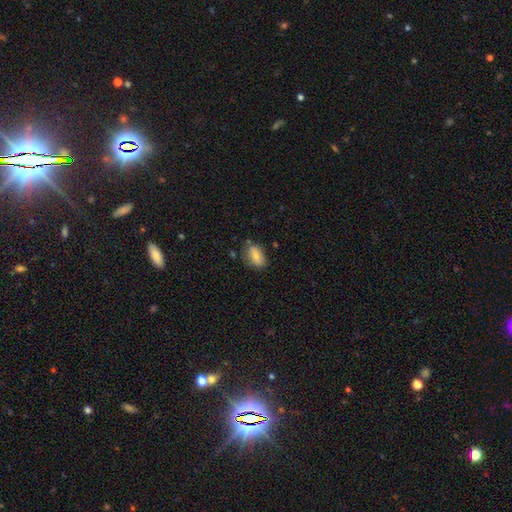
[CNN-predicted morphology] A smooth galaxy with no disk features (70%) that is in between round and cigar-shaped (87%).

Vote fractions:
- Smooth or featured? smooth: 70% / featured or disk: 22% / star or artifact: 8%
- How rounded? in between: 87% / round: 9% / cigar-shaped: 4%
- Merging? none: 75% / minor disturbance: 18% / major disturbance: 4% / merger: 3%